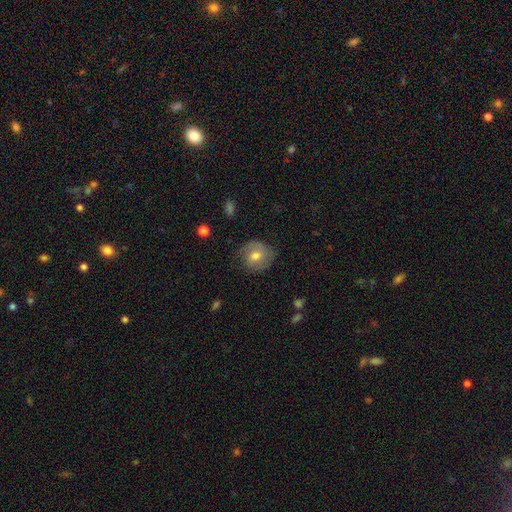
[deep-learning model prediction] Smooth or featured: smooth — 53% (featured or disk — 40%)
How rounded: round — 77% (in between — 22%)
Merging: none — 71% (minor disturbance — 21%)